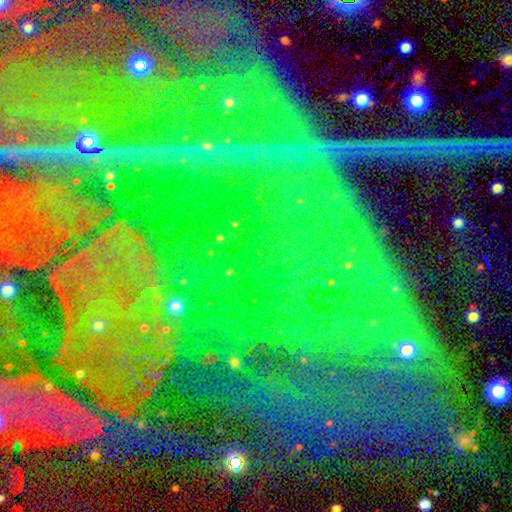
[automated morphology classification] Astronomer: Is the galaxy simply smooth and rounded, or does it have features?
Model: star or artifact — 84%.